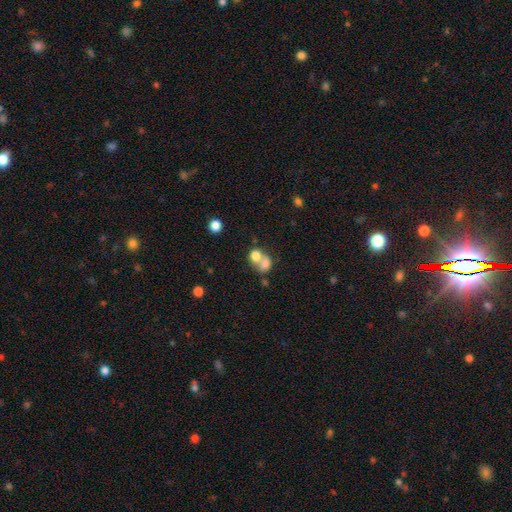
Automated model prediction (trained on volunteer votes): smooth-or-featured: smooth: 72% | featured or disk: 18% | star or artifact: 10%
  how-rounded: round: 57% | in between: 42% | cigar-shaped: 1%
  merging: merger: 69% | none: 20% | minor disturbance: 6% | major disturbance: 5%